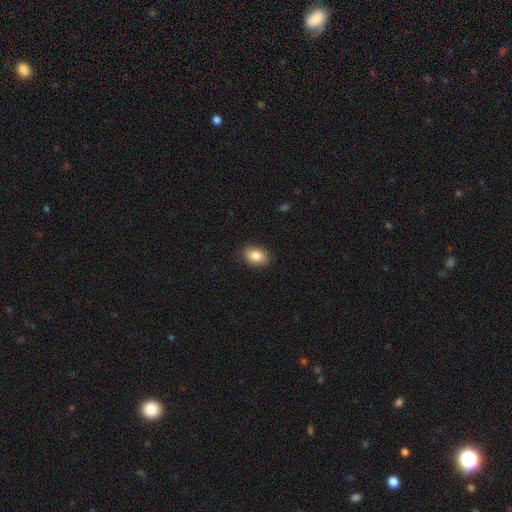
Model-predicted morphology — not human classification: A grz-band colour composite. It shows a smooth galaxy with no disk features (85%) that is in between round and cigar-shaped (83%). Merging: none (88%).